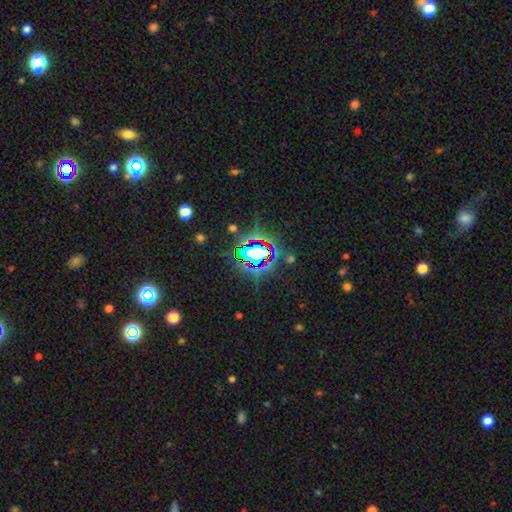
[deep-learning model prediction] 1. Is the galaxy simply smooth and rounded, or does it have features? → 80% star or artifact, 12% smooth, 8% featured or disk.